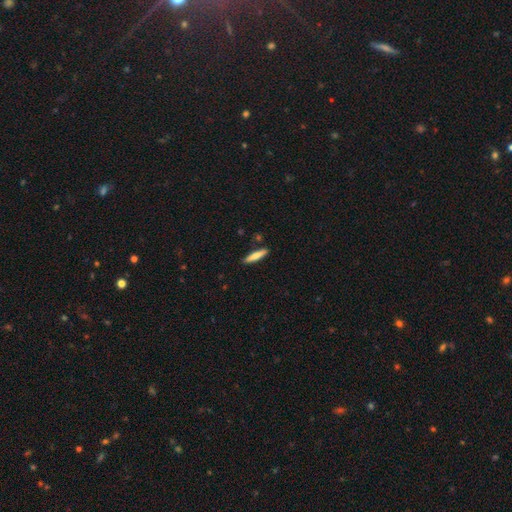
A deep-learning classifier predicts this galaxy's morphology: Smooth or featured? Predicted: smooth (p=0.76). How rounded? Predicted: cigar-shaped (p=0.85). Merging? Predicted: none (p=0.87).